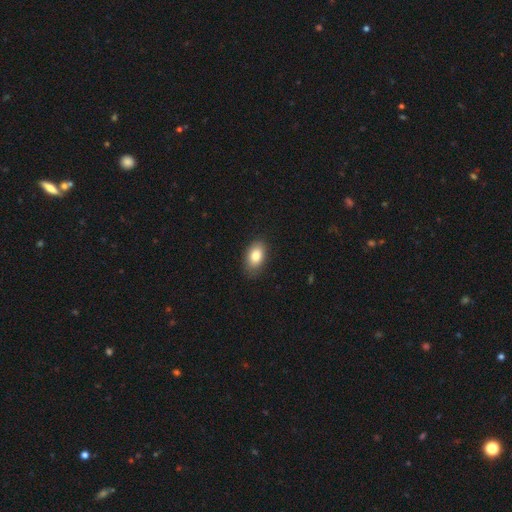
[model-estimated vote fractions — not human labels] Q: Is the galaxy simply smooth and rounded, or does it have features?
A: smooth — 83%.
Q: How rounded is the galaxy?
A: in between — 90%.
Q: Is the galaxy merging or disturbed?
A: none — 84%.